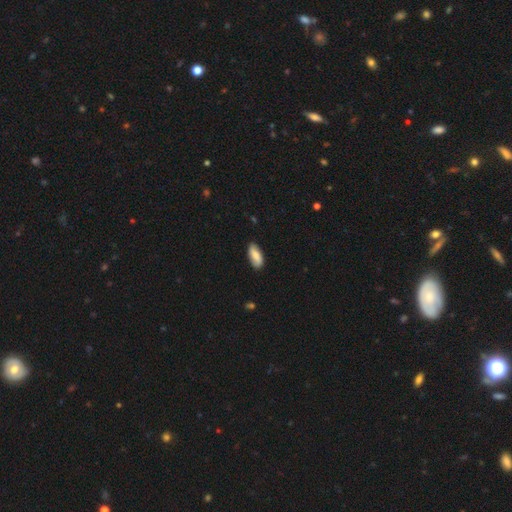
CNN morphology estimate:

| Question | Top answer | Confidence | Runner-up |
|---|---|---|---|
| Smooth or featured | smooth | 73% | featured or disk (21%) |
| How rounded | in between | 85% | cigar-shaped (12%) |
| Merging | none | 82% | minor disturbance (14%) |